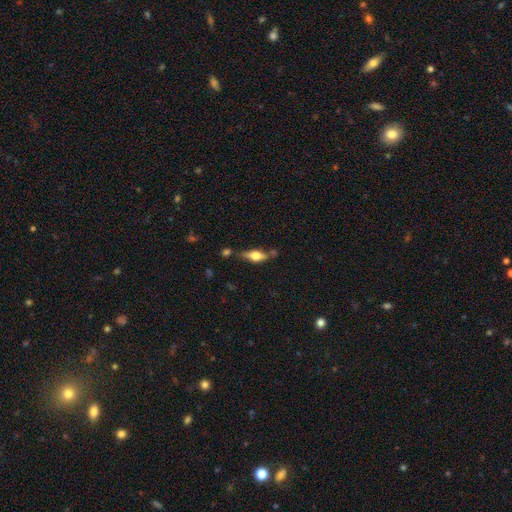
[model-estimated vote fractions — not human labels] Smooth or featured? smooth (54%)
How rounded? in between (65%)
Merging? none (62%)